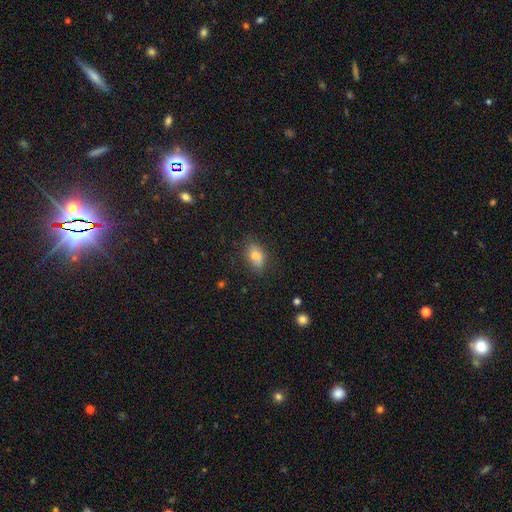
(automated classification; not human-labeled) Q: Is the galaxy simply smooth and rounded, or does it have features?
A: smooth — 74%.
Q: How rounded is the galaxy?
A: in between — 86%.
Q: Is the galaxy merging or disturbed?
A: none — 77%.